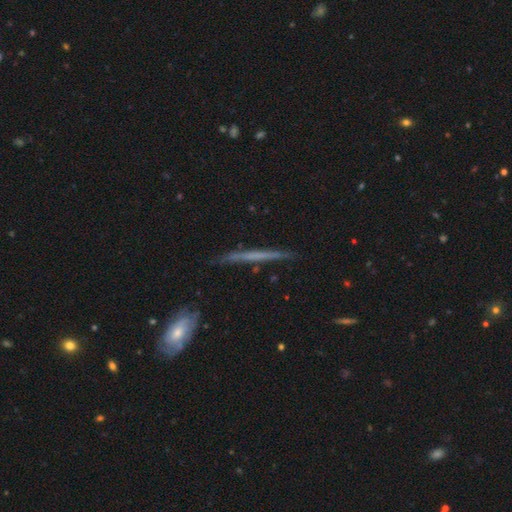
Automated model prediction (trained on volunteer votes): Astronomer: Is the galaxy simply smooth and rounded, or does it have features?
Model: featured or disk — 53% (runner-up: smooth, 40%).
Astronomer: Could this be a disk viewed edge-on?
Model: yes — 95%.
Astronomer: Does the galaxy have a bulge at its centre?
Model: none — 88%.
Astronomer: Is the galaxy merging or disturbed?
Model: none — 85%.